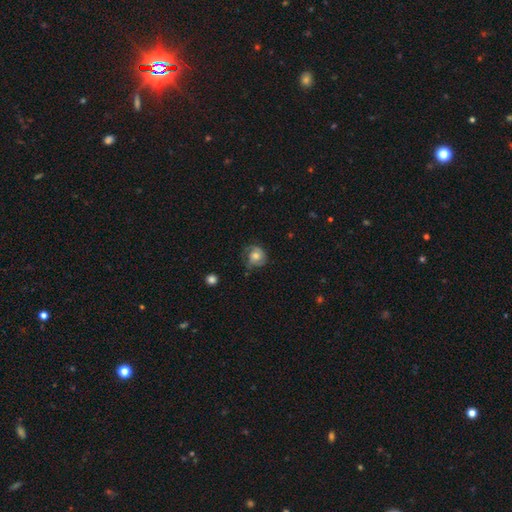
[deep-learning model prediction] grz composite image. It shows a featured or disk galaxy (46%, tied with smooth). Merging: none (56%).